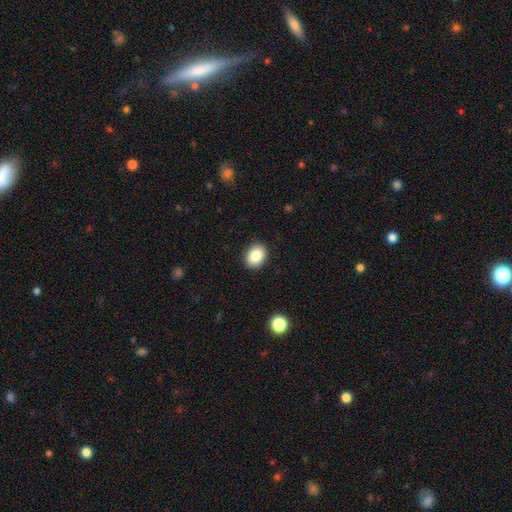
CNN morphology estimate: smooth 86%, star or artifact 8%, featured or disk 6%. Down the decision tree: how rounded — in between (59%); merging — none (90%).